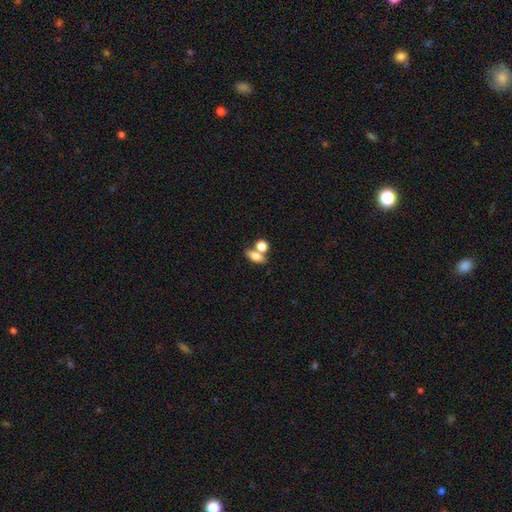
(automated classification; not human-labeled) Overall: smooth (78%). How rounded: in between (77%). Merging: none (43%; merger 42%).